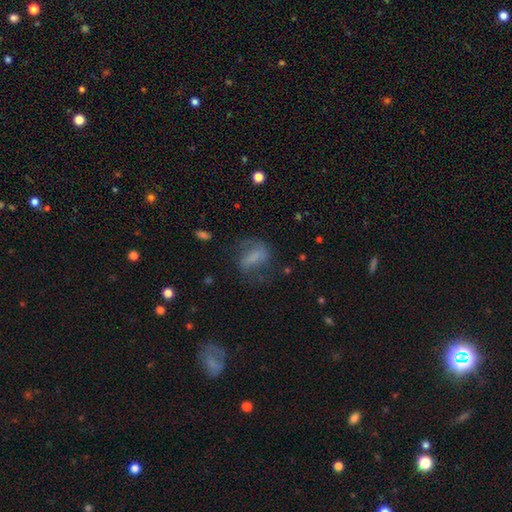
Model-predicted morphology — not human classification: type=featured or disk (44%); merging=none (58%).